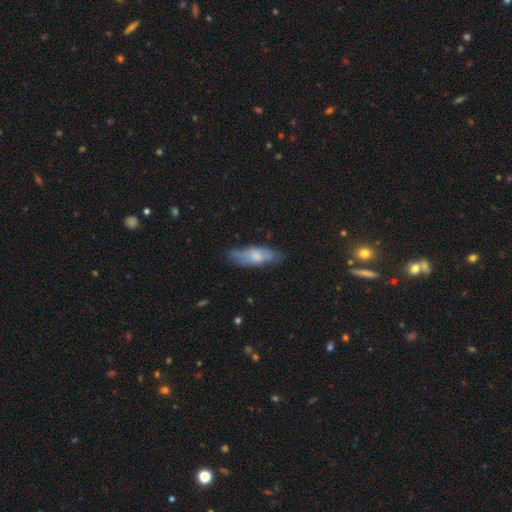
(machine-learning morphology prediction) type=smooth (61%); roundness=in between (59%); merging=none (65%).